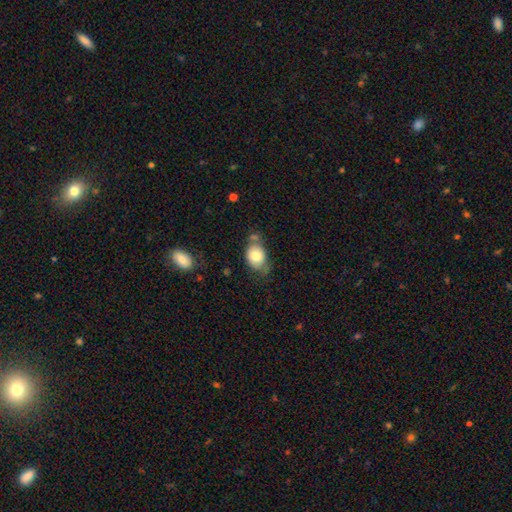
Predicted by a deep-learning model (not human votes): smooth 78%, featured or disk 14%, star or artifact 8%. Down the decision tree: how rounded — in between (67%); merging — none (50%).